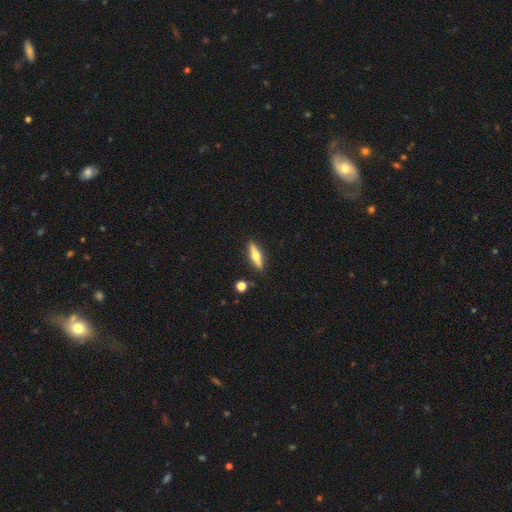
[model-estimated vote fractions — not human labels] smooth_or_featured: featured or disk (p=0.47) [alt: smooth p=0.46]
merging: none (p=0.87) [alt: minor disturbance p=0.08]